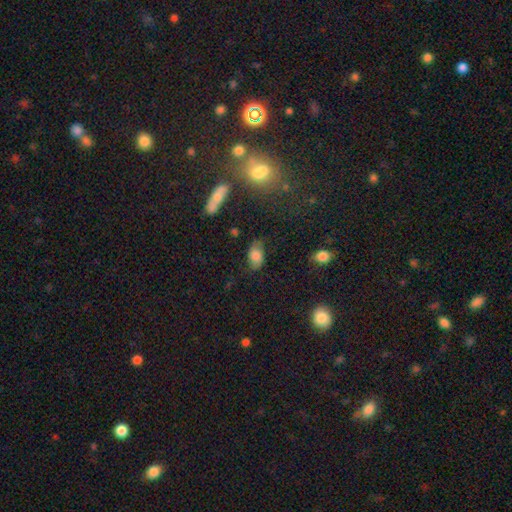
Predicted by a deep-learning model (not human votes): smooth 68%, featured or disk 21%, star or artifact 11%. Down the decision tree: how rounded — in between (89%); merging — none (63%).